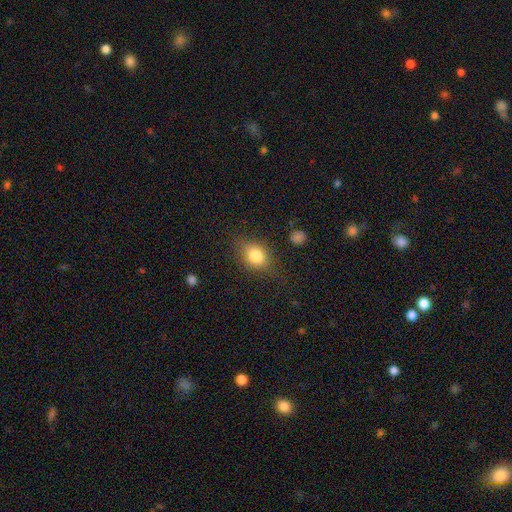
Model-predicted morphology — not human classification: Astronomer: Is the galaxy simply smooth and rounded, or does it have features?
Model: smooth — 79%.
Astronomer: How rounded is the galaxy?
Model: in between — 59% (runner-up: round, 39%).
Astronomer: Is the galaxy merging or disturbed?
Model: none — 74%.